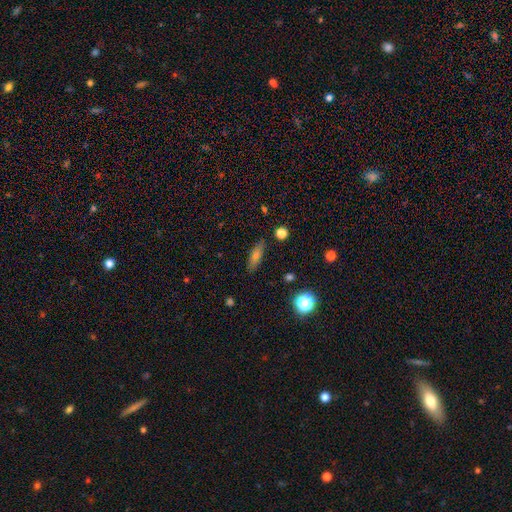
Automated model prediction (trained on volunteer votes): Overall: smooth (64%; featured or disk 25%). How rounded: in between (48%; cigar-shaped 47%). Merging: none (87%).